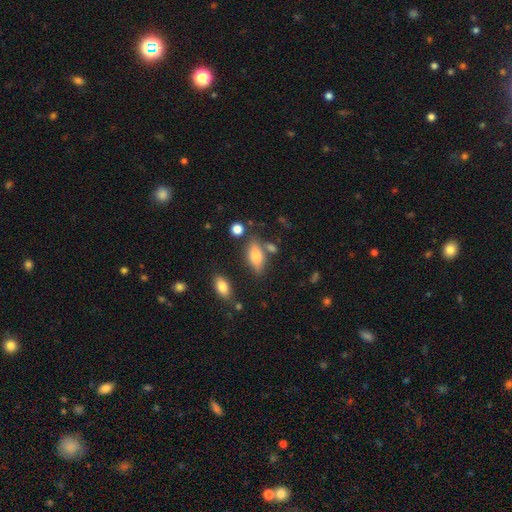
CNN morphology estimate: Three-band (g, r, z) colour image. It shows a smooth galaxy with no disk features (76%) that is in between round and cigar-shaped (83%). Merging: none (70%).